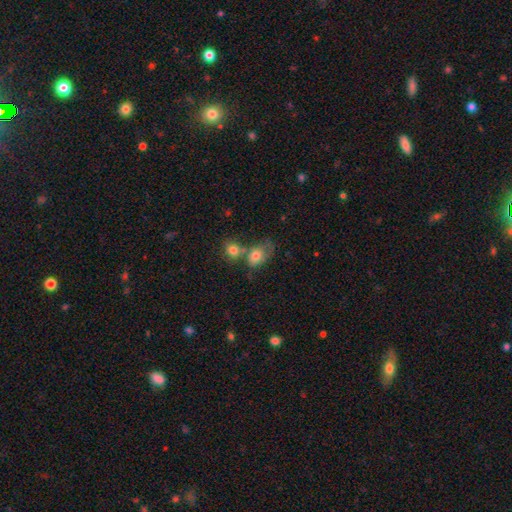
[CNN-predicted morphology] Smooth or featured? Predicted: smooth (p=0.74). How rounded? Predicted: in between (p=0.67). Merging? Predicted: merger (p=0.44).